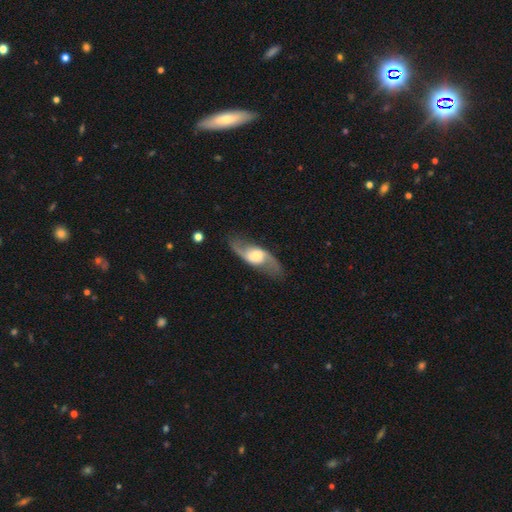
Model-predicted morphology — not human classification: Q: Smooth or featured?
A: featured or disk (79%); runner-up: smooth (15%)
Q: Edge-on disk?
A: no (89%); runner-up: yes (11%)
Q: Bar?
A: no (46%); runner-up: weak (39%)
Q: Spiral arms?
A: yes (92%); runner-up: no (8%)
Q: Spiral winding?
A: loose (67%); runner-up: medium (27%)
Q: Spiral arm count?
A: 2 (92%); runner-up: can't tell (3%)
Q: Bulge size?
A: moderate (45%); runner-up: large (31%)
Q: Merging?
A: none (79%); runner-up: minor disturbance (13%)